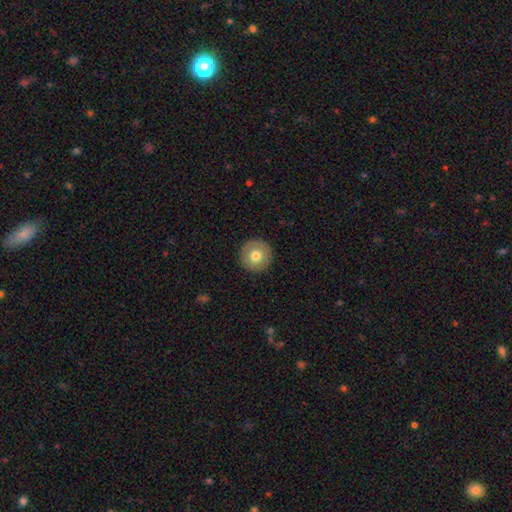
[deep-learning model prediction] Morphology: type=smooth (74%); roundness=round (96%); merging=none (92%).